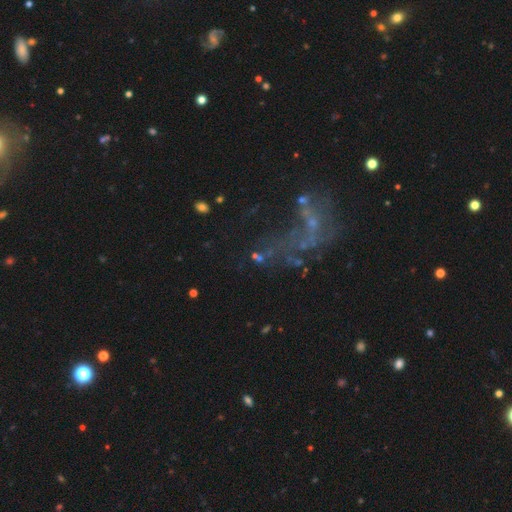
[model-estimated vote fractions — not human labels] Smooth or featured? featured or disk (44%)
Merging? none (35%)